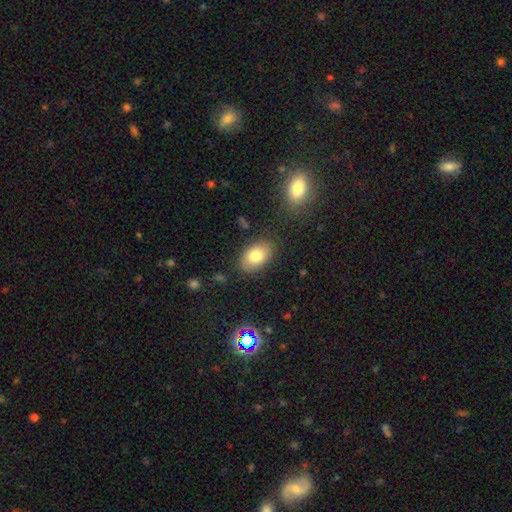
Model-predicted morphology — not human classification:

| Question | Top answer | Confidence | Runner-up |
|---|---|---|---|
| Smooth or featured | smooth | 79% | featured or disk (13%) |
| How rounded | in between | 87% | round (12%) |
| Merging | none | 84% | minor disturbance (11%) |